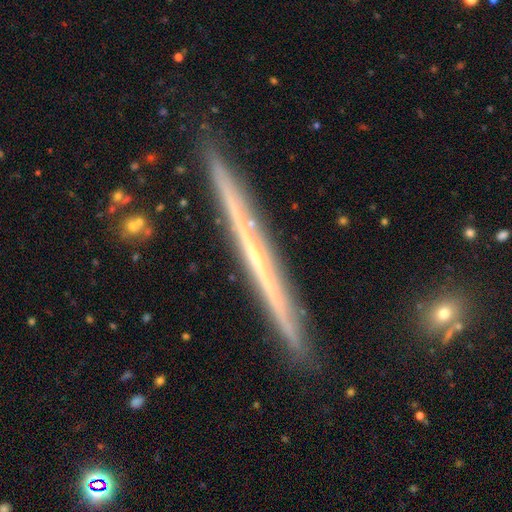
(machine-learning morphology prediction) Smooth or featured: featured or disk — 75% (smooth — 18%)
Edge-on disk: yes — 97% (no — 3%)
Edge-on bulge: none — 82% (rounded — 14%)
Merging: none — 90% (minor disturbance — 7%)